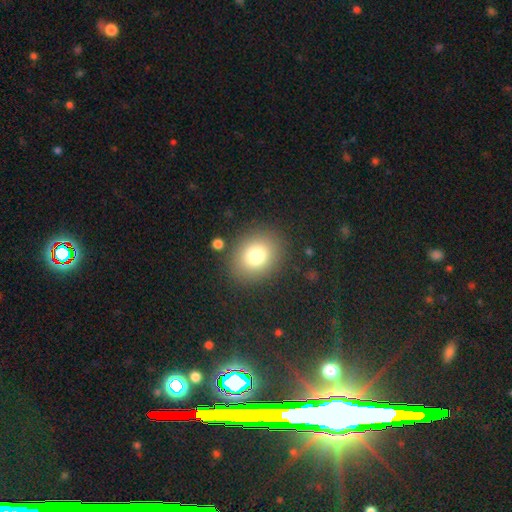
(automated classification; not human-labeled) Smooth or featured?
  - smooth: 78% *
  - star or artifact: 12%
  - featured or disk: 10%
How rounded?
  - round: 60% *
  - in between: 40%
  - cigar-shaped: 1%
Merging?
  - none: 85% *
  - minor disturbance: 8%
  - major disturbance: 4%
  - merger: 2%